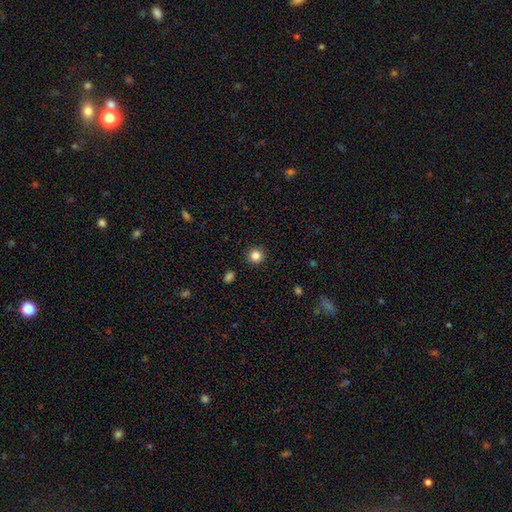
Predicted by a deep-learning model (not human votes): A smooth galaxy with no disk features (84%) that is round (94%).

Vote fractions:
- Smooth or featured? smooth: 84% / star or artifact: 12% / featured or disk: 5%
- How rounded? round: 94% / in between: 5% / cigar-shaped: 1%
- Merging? none: 92% / minor disturbance: 5% / major disturbance: 2% / merger: 1%